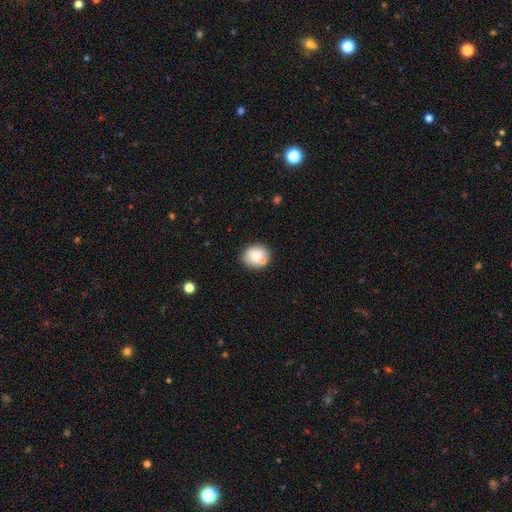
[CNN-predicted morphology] smooth-or-featured: smooth: 72% | featured or disk: 20% | star or artifact: 8%
  how-rounded: round: 71% | in between: 28% | cigar-shaped: 1%
  merging: none: 63% | merger: 17% | minor disturbance: 16% | major disturbance: 5%